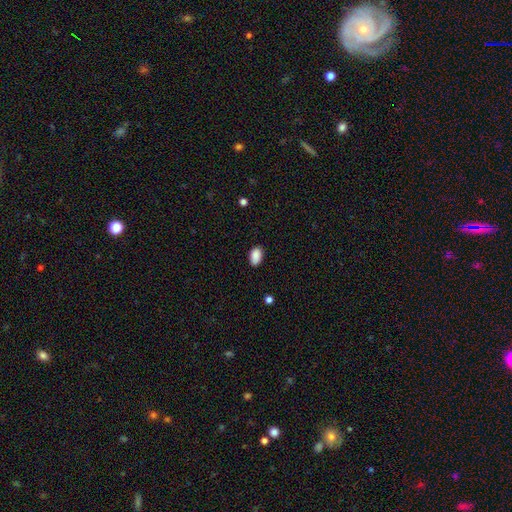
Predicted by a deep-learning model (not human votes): Overall: smooth (89%). How rounded: in between (91%). Merging: none (83%).